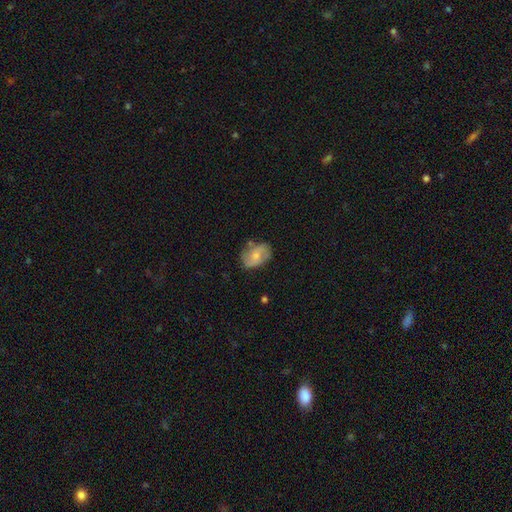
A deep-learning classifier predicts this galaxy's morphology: smooth-or-featured: featured or disk: 52% | smooth: 41% | star or artifact: 7%
  disk-edge-on: no: 96% | yes: 4%
    bar: no: 63% | weak: 30% | strong: 6%
    has-spiral-arms: yes: 80% | no: 20%
    bulge-size: small: 49% | moderate: 42% | none: 5% | large: 3% | dominant: 1%
  merging: none: 64% | minor disturbance: 24% | major disturbance: 7% | merger: 4%